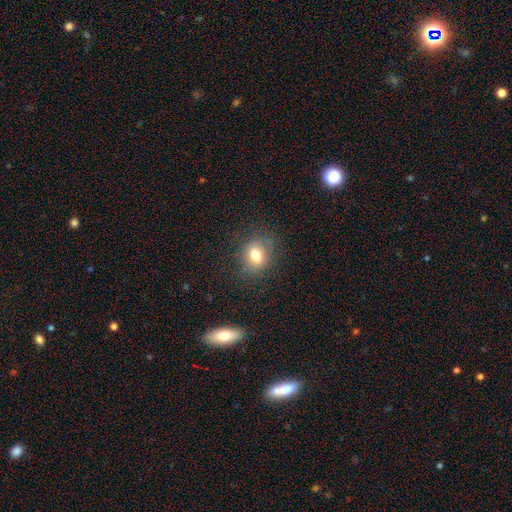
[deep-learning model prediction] Smooth or featured: smooth — 75% (star or artifact — 13%)
How rounded: round — 54% (in between — 45%)
Merging: none — 79% (minor disturbance — 14%)